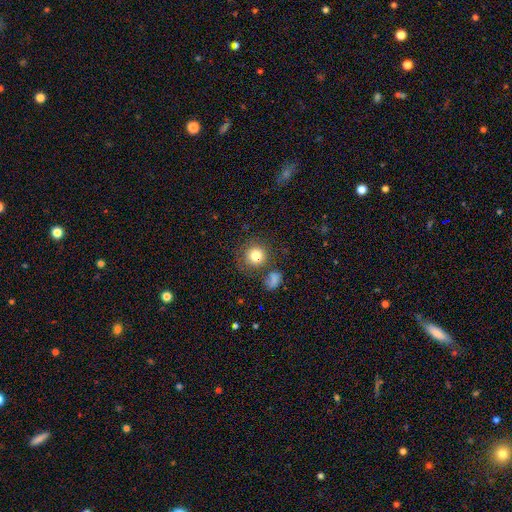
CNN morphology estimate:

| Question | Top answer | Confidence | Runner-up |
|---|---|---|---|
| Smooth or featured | smooth | 80% | star or artifact (11%) |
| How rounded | round | 90% | in between (9%) |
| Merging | none | 72% | minor disturbance (13%) |